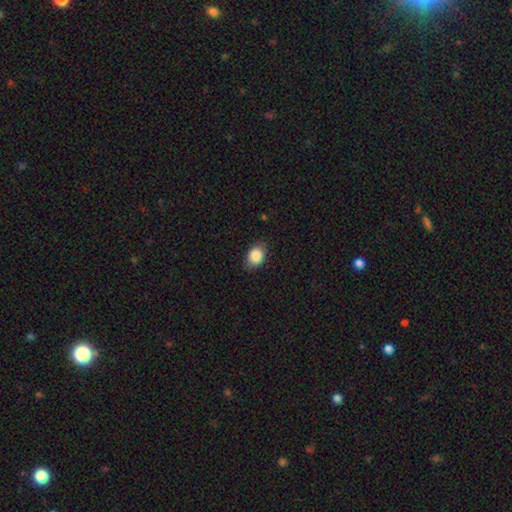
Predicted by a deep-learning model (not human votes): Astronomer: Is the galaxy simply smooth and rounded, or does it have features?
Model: smooth — 87%.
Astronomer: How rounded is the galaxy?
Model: in between — 78%.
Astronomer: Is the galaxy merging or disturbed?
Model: none — 82%.